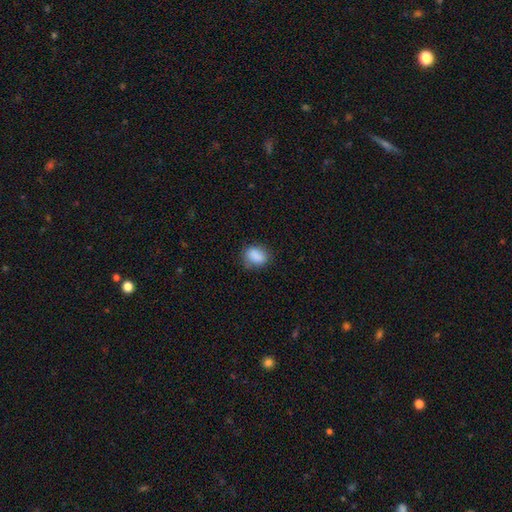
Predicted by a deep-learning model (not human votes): This is clearly a smooth galaxy (86%). How rounded: likely in between (66%). Merging: likely none (73%).